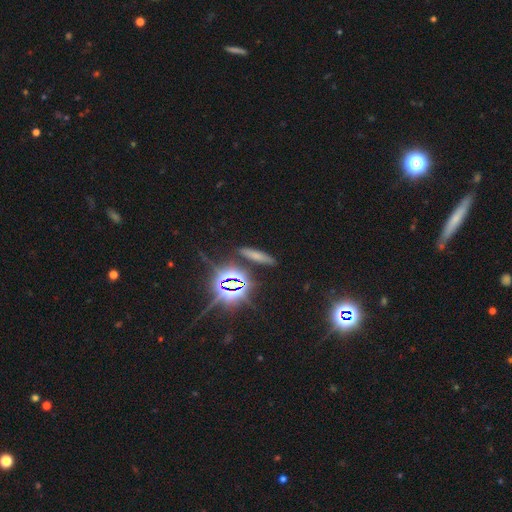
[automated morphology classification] The model was most divided on "smooth or featured": smooth: 52%, star or artifact: 33%, featured or disk: 15%. More confident: merging — none (85%); how rounded — cigar-shaped (78%).